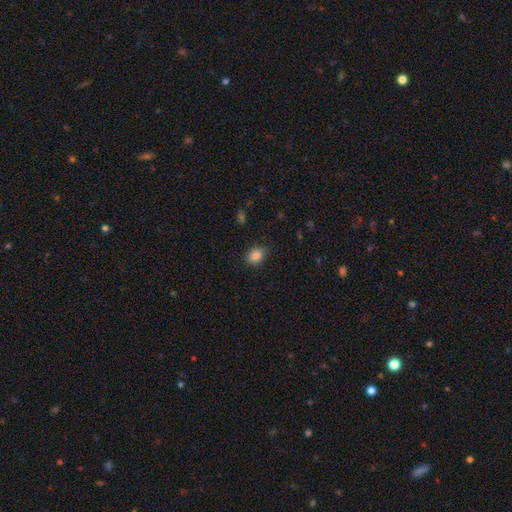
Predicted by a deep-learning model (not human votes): This is clearly a smooth galaxy (85%). How rounded: possibly round (50%). Merging: clearly none (86%).